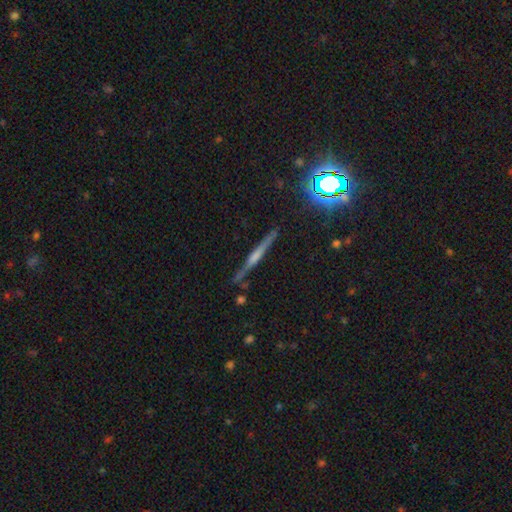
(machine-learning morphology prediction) Smooth or featured? Predicted: featured or disk (p=0.62). Edge-on disk? Predicted: yes (p=0.95). Edge-on bulge? Predicted: rounded (p=0.69). Merging? Predicted: none (p=0.85).